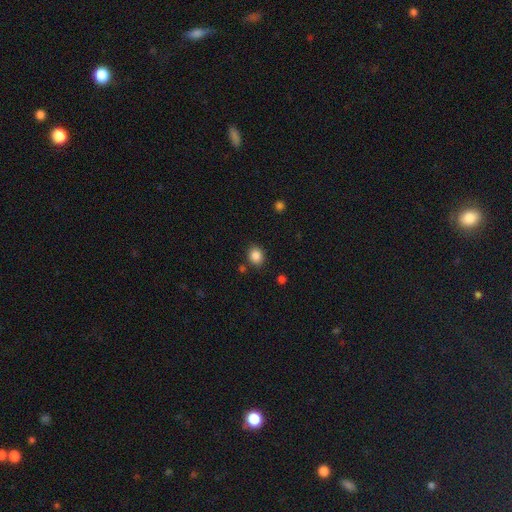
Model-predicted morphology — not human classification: smooth_or_featured: smooth (p=0.86) [alt: star or artifact p=0.10]
how_rounded: round (p=0.61) [alt: in between p=0.38]
merging: none (p=0.84) [alt: minor disturbance p=0.10]